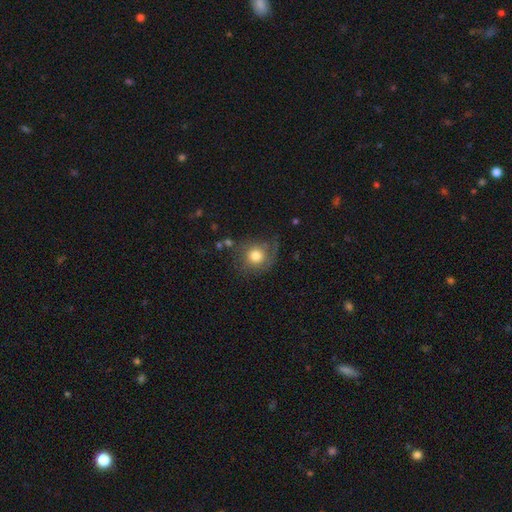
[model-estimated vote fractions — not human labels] A smooth galaxy with no disk features (66%) that is round (85%). Merging: none (59%).